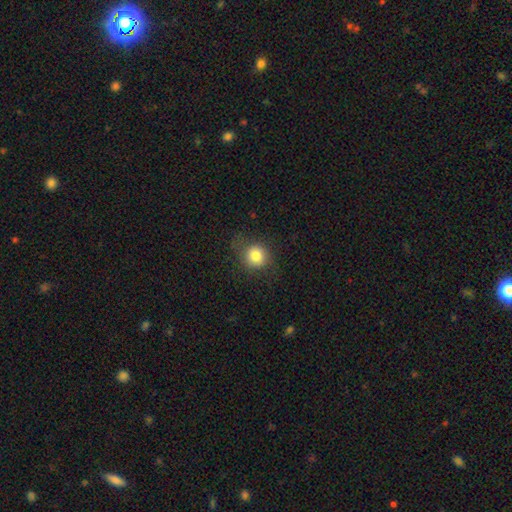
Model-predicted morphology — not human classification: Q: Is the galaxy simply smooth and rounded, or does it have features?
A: smooth — 81%.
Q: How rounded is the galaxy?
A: round — 84%.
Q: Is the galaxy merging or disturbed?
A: none — 75%.